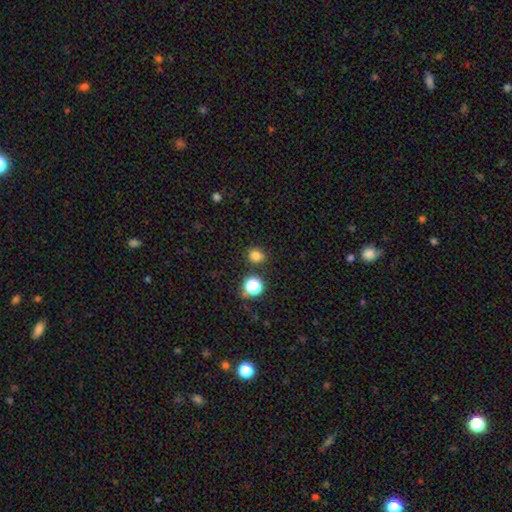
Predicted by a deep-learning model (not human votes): Q: Smooth or featured?
A: smooth (78%); runner-up: star or artifact (17%)
Q: How rounded?
A: round (79%); runner-up: in between (20%)
Q: Merging?
A: none (84%); runner-up: minor disturbance (9%)